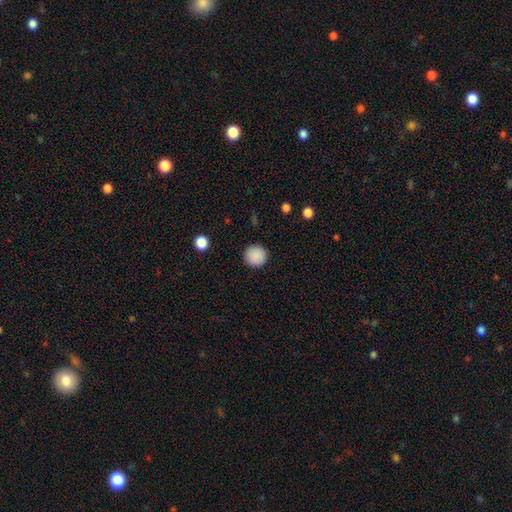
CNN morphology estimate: A smooth galaxy with no disk features (88%) that is round (95%).

Vote fractions:
- Smooth or featured? smooth: 88% / star or artifact: 8% / featured or disk: 3%
- How rounded? round: 95% / in between: 4% / cigar-shaped: 1%
- Merging? none: 91% / minor disturbance: 6% / major disturbance: 2% / merger: 1%